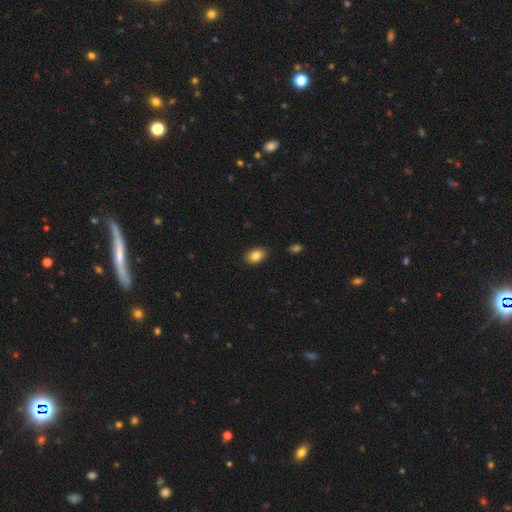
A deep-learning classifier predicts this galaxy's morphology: Smooth or featured? smooth (85%)
How rounded? in between (81%)
Merging? none (86%)